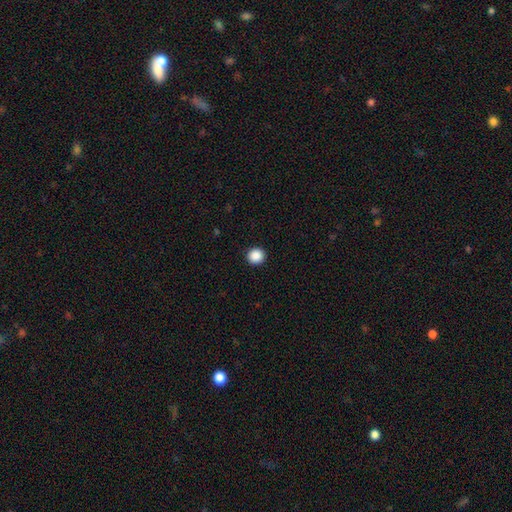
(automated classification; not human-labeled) Smooth or featured? Predicted: smooth (p=0.88). How rounded? Predicted: round (p=0.94). Merging? Predicted: none (p=0.93).